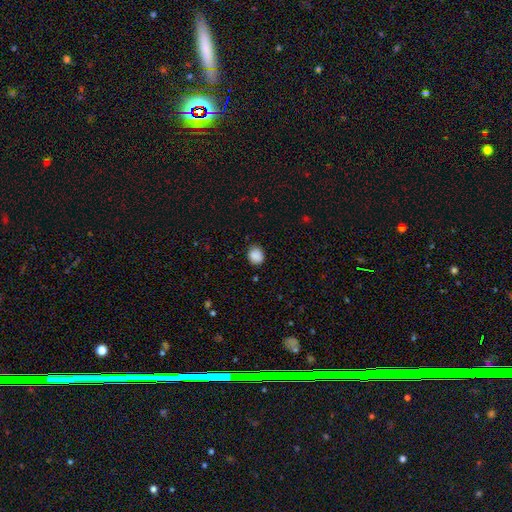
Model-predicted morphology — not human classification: Smooth or featured?
  - smooth: 88% *
  - star or artifact: 9%
  - featured or disk: 4%
How rounded?
  - round: 65% *
  - in between: 34%
  - cigar-shaped: 1%
Merging?
  - none: 79% *
  - minor disturbance: 17%
  - major disturbance: 3%
  - merger: 1%